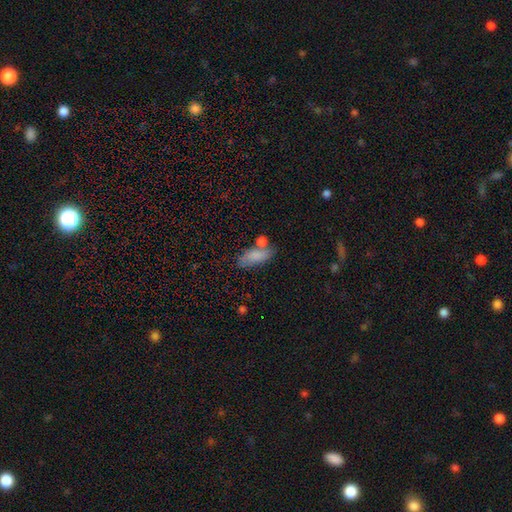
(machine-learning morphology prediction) Q: Smooth or featured?
A: smooth (79%); runner-up: featured or disk (12%)
Q: How rounded?
A: in between (79%); runner-up: cigar-shaped (17%)
Q: Merging?
A: none (53%); runner-up: merger (20%)